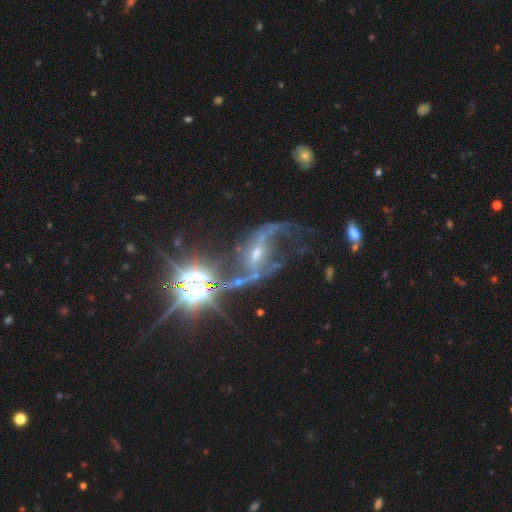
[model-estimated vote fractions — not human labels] Smooth or featured? Predicted: featured or disk (p=0.79). Edge-on disk? Predicted: no (p=0.94). Bar? Predicted: strong (p=0.40). Spiral arms? Predicted: yes (p=0.93). Spiral winding? Predicted: loose (p=0.67). Spiral arm count? Predicted: 2 (p=0.85). Bulge size? Predicted: small (p=0.61). Merging? Predicted: none (p=0.47).